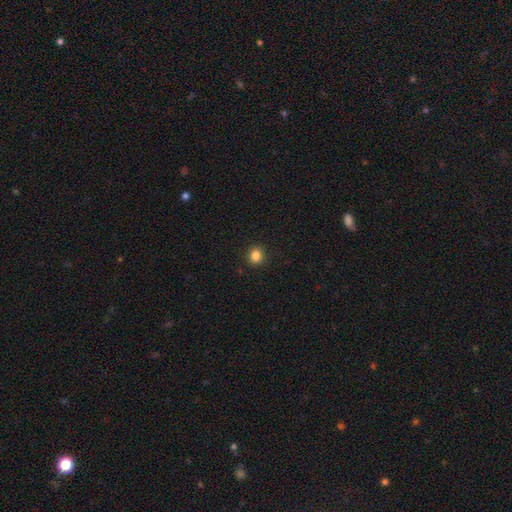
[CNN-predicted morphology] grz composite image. It shows a smooth galaxy with no disk features (85%) that is round (68%). Merging: none (91%).